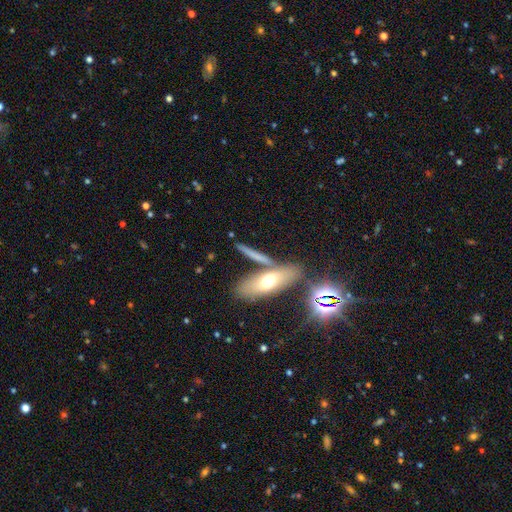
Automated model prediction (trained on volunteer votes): Overall: smooth (56%; featured or disk 32%). How rounded: cigar-shaped (66%; in between 28%). Merging: none (65%).